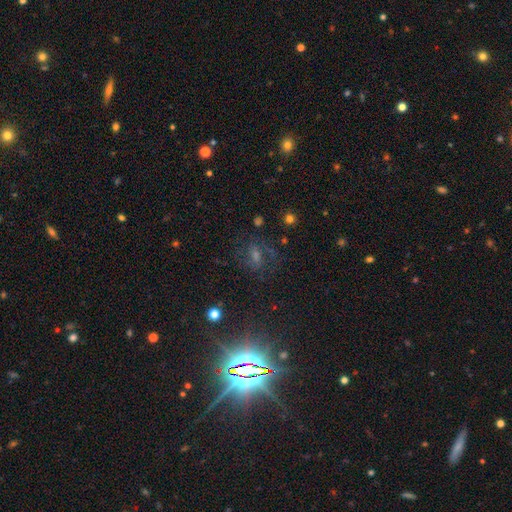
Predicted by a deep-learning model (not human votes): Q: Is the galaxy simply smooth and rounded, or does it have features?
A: featured or disk — 43%.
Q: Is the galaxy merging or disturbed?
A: none — 65%.